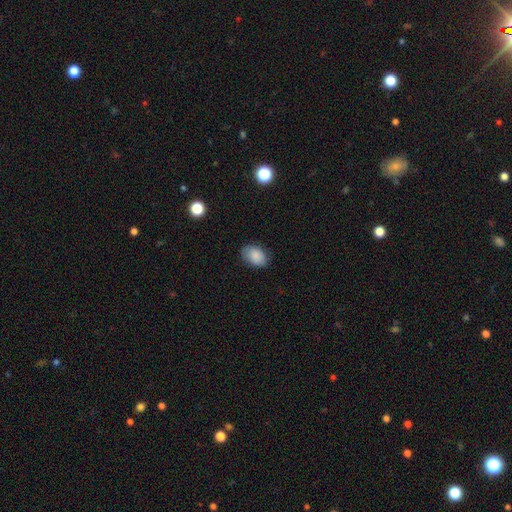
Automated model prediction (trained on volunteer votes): smooth 85%, featured or disk 8%, star or artifact 7%. Down the decision tree: how rounded — in between (84%); merging — none (80%).